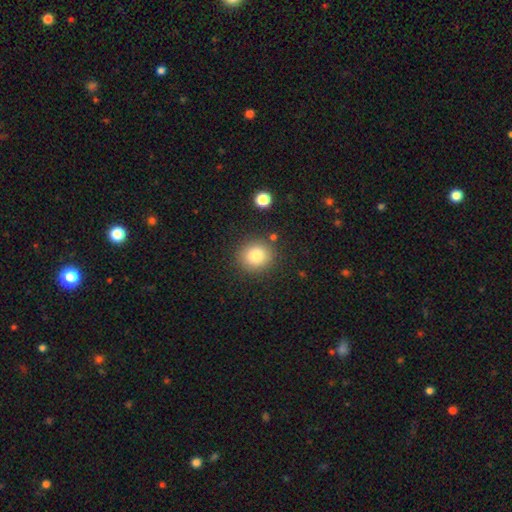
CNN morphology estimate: This is clearly a smooth galaxy (82%). How rounded: clearly round (84%). Merging: clearly none (86%).